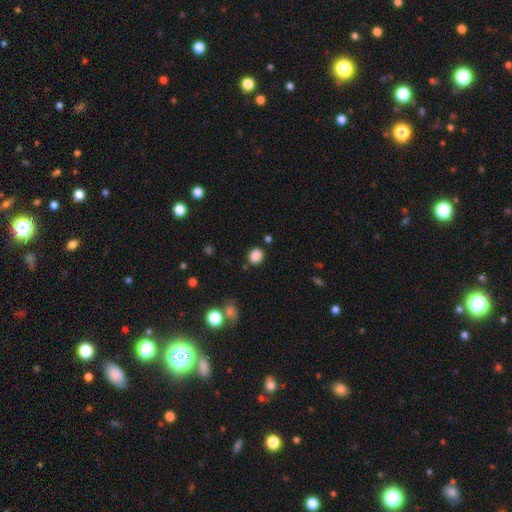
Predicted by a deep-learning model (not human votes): This appears to be a smooth galaxy with no disk features (86%) that is round (62%). Merging: none (81%).